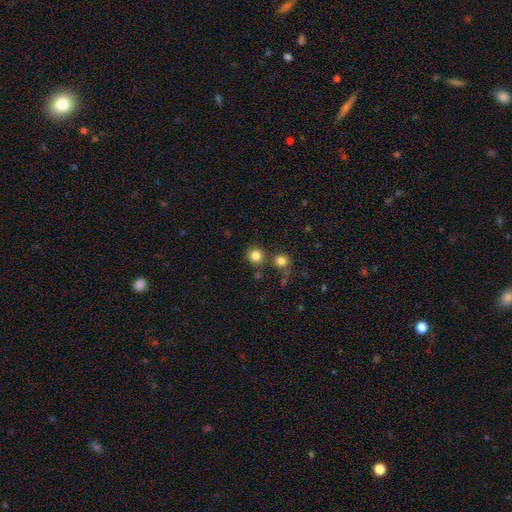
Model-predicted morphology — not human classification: Smooth or featured?
  - smooth: 83% *
  - star or artifact: 12%
  - featured or disk: 5%
How rounded?
  - round: 93% *
  - in between: 6%
  - cigar-shaped: 1%
Merging?
  - none: 78% *
  - merger: 12%
  - minor disturbance: 7%
  - major disturbance: 3%